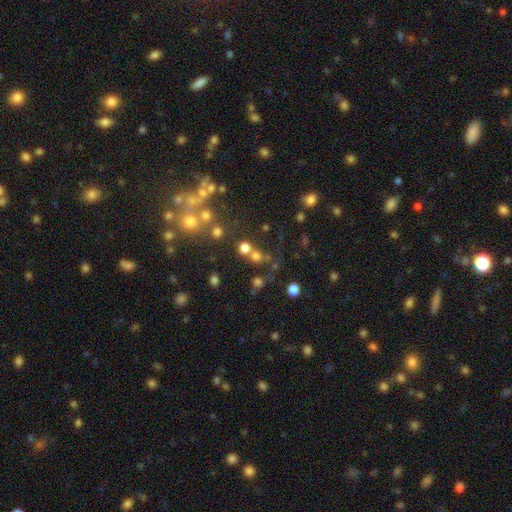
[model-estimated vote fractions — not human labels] Overall: smooth (65%). How rounded: round (89%). Merging: none (60%; merger 26%).